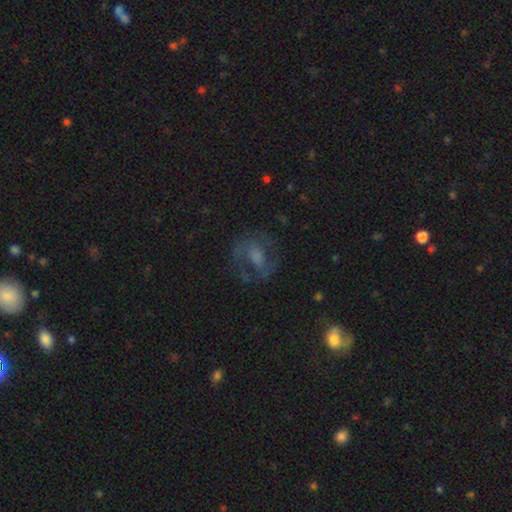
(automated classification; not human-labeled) Q: Smooth or featured?
A: featured or disk (58%); runner-up: smooth (27%)
Q: Edge-on disk?
A: no (97%); runner-up: yes (3%)
Q: Bar?
A: no (49%); runner-up: weak (38%)
Q: Spiral arms?
A: yes (71%); runner-up: no (29%)
Q: Bulge size?
A: moderate (32%); runner-up: none (26%)
Q: Merging?
A: none (59%); runner-up: major disturbance (21%)